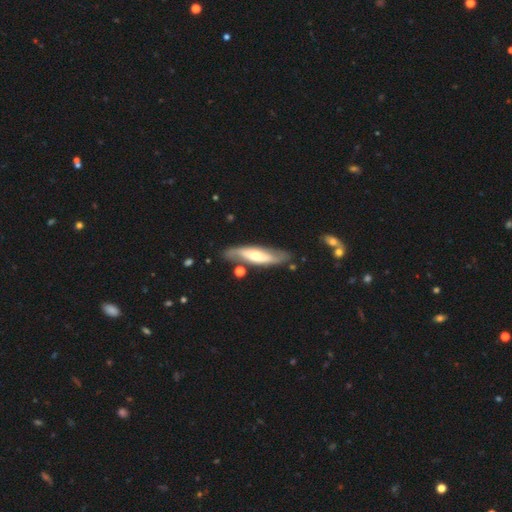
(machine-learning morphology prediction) featured or disk 58%, smooth 37%, star or artifact 5%. Down the decision tree: edge-on disk — no (60%); merging — none (76%).